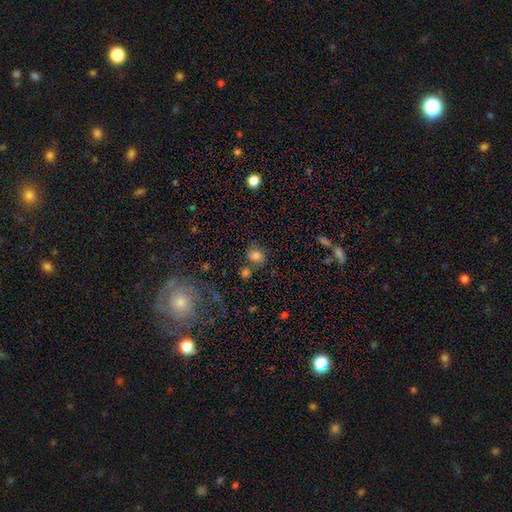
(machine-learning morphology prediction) smooth_or_featured: smooth (p=0.78) [alt: star or artifact p=0.12]
how_rounded: round (p=0.61) [alt: in between p=0.37]
merging: none (p=0.64) [alt: minor disturbance p=0.16]